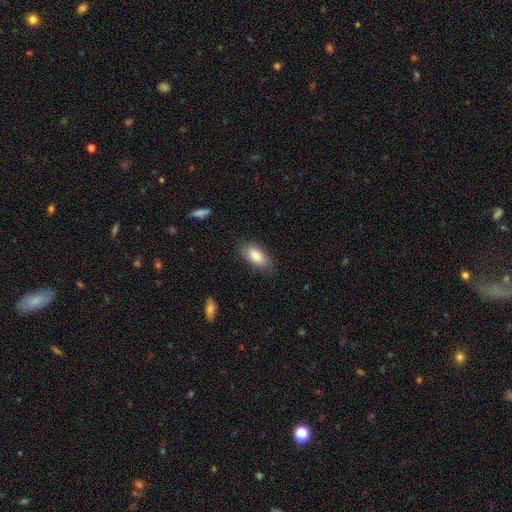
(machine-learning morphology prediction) Smooth or featured?
  - smooth: 84% *
  - featured or disk: 10%
  - star or artifact: 6%
How rounded?
  - in between: 90% *
  - cigar-shaped: 7%
  - round: 3%
Merging?
  - none: 76% *
  - minor disturbance: 19%
  - major disturbance: 4%
  - merger: 1%